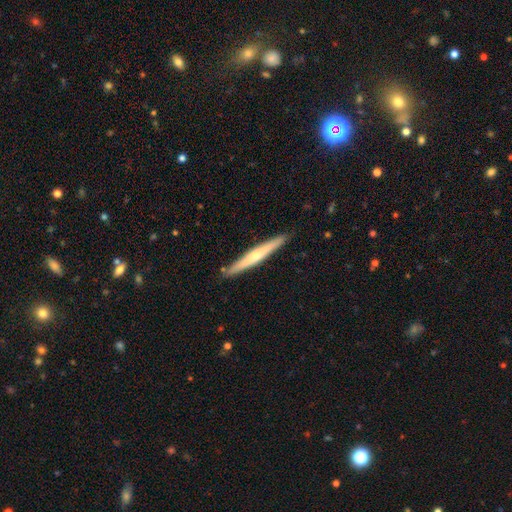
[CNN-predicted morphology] Overall: featured or disk (56%; smooth 39%). Edge-on disk: yes (96%). Edge-on bulge: rounded (71%). Merging: none (90%).